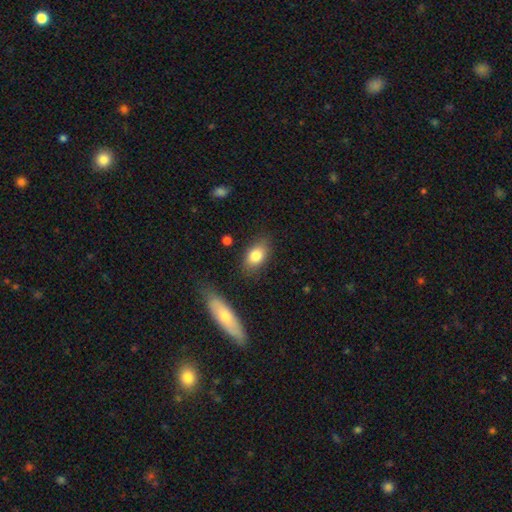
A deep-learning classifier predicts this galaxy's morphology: Smooth or featured?
  - smooth: 82% *
  - featured or disk: 10%
  - star or artifact: 8%
How rounded?
  - in between: 84% *
  - round: 13%
  - cigar-shaped: 3%
Merging?
  - none: 80% *
  - minor disturbance: 13%
  - major disturbance: 3%
  - merger: 3%